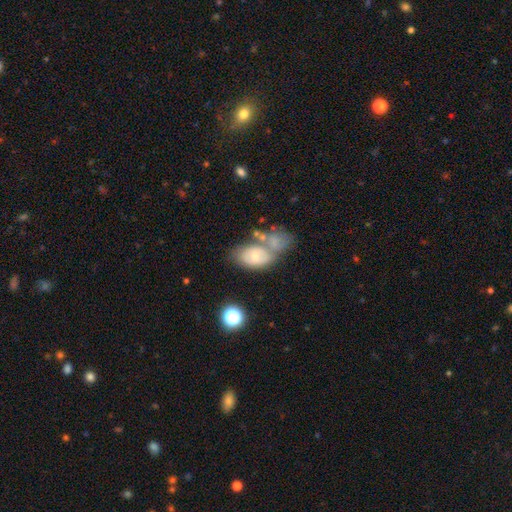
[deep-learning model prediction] Q: Smooth or featured?
A: smooth (58%); runner-up: featured or disk (34%)
Q: How rounded?
A: in between (88%); runner-up: round (10%)
Q: Merging?
A: merger (44%); runner-up: none (31%)